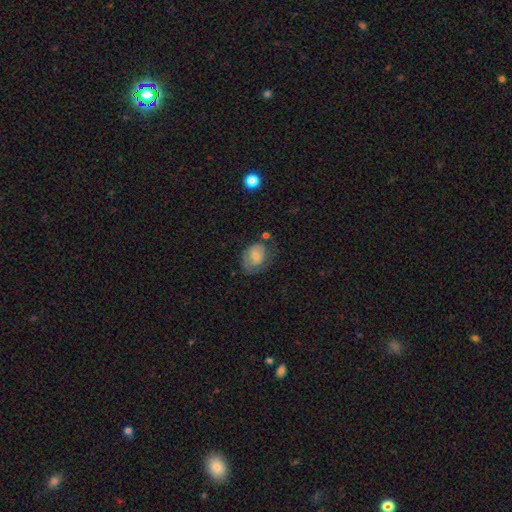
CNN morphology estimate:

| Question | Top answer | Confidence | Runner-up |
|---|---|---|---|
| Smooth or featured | smooth | 57% | featured or disk (35%) |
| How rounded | in between | 66% | round (33%) |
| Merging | none | 47% | minor disturbance (30%) |